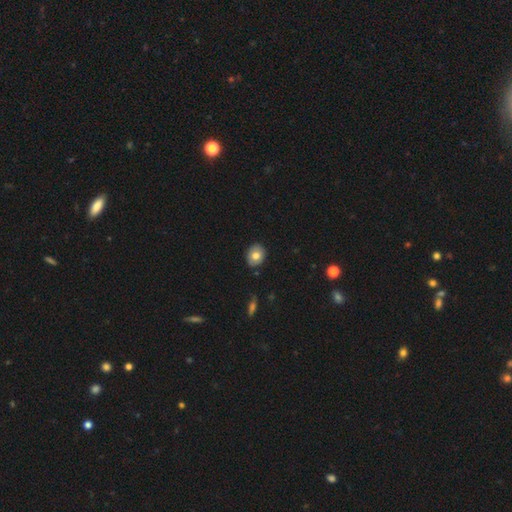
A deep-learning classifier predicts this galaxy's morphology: A smooth galaxy with no disk features (73%) that is round (52%).

Vote fractions:
- Smooth or featured? smooth: 73% / featured or disk: 19% / star or artifact: 8%
- How rounded? round: 52% / in between: 47% / cigar-shaped: 1%
- Merging? none: 87% / minor disturbance: 10% / major disturbance: 2% / merger: 1%